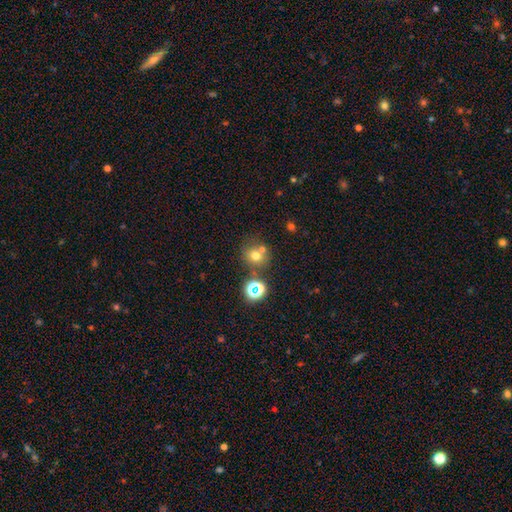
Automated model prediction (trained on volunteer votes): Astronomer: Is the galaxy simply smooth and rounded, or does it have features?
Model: smooth — 66%.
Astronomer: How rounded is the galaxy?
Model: round — 82%.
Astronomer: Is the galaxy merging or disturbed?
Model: none — 60%.